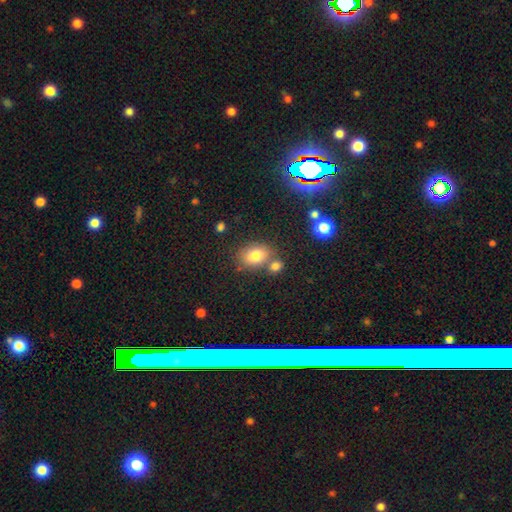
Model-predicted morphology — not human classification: type=smooth (78%); roundness=in between (69%); merging=none (59%).